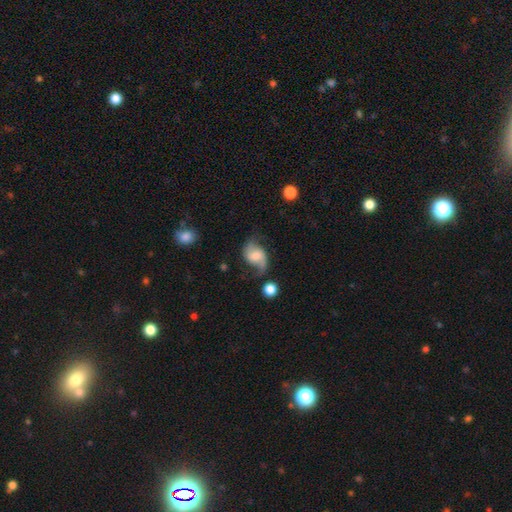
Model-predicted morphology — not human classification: This appears to be a featured or disk galaxy (71%) with a weak bar (44%), 2 (86%) loose (64%) spiral arms (92%) and a moderate central bulge (49%). Merging: none (59%).